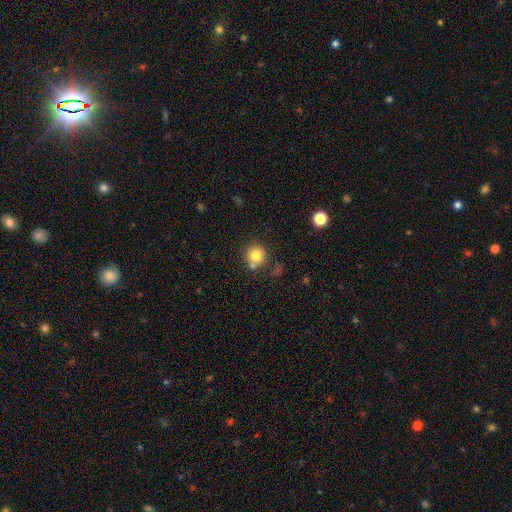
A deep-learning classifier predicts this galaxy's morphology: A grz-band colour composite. It shows a smooth galaxy with no disk features (81%) that is round (92%). Merging: none (66%).